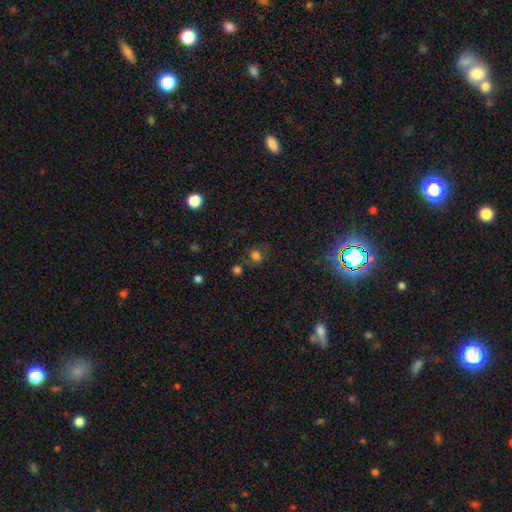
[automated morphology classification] This appears to be a smooth galaxy with no disk features (70%) that is round (61%). Merging: none (68%).